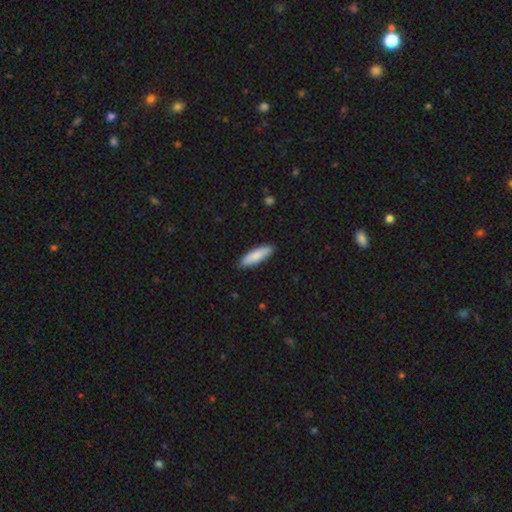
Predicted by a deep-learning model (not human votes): Smooth or featured?
  - smooth: 83% *
  - featured or disk: 12%
  - star or artifact: 5%
How rounded?
  - cigar-shaped: 63% *
  - in between: 35%
  - round: 1%
Merging?
  - none: 88% *
  - minor disturbance: 9%
  - major disturbance: 2%
  - merger: 1%